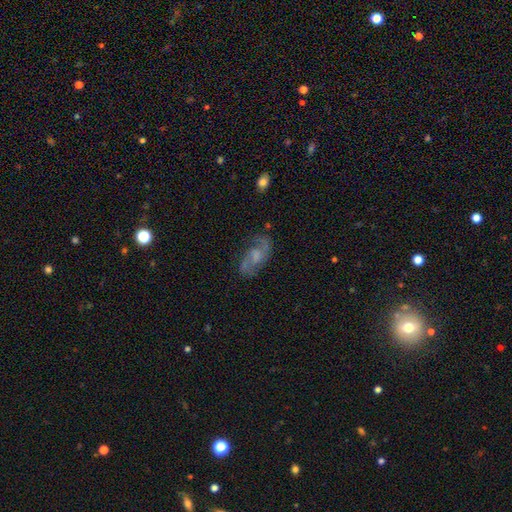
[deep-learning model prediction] Smooth or featured? Predicted: featured or disk (p=0.77). Edge-on disk? Predicted: no (p=0.95). Bar? Predicted: no (p=0.51). Spiral arms? Predicted: yes (p=0.92). Spiral winding? Predicted: medium (p=0.47). Spiral arm count? Predicted: 2 (p=0.87). Bulge size? Predicted: moderate (p=0.34). Merging? Predicted: none (p=0.72).